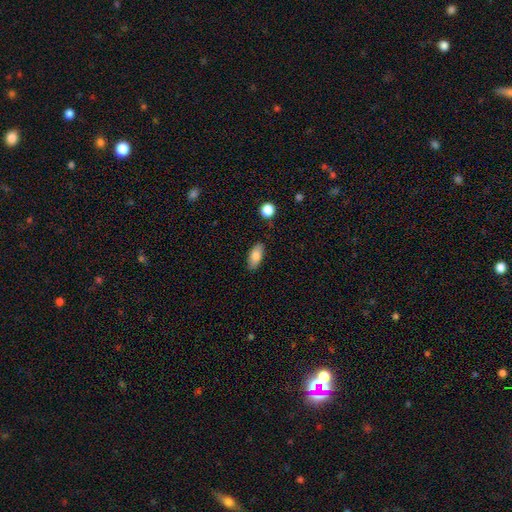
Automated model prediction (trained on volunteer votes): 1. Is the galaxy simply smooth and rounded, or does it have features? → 81% smooth, 12% featured or disk, 7% star or artifact.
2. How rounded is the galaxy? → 86% in between, 11% cigar-shaped, 3% round.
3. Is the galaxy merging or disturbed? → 84% none, 11% minor disturbance, 2% major disturbance, 2% merger.